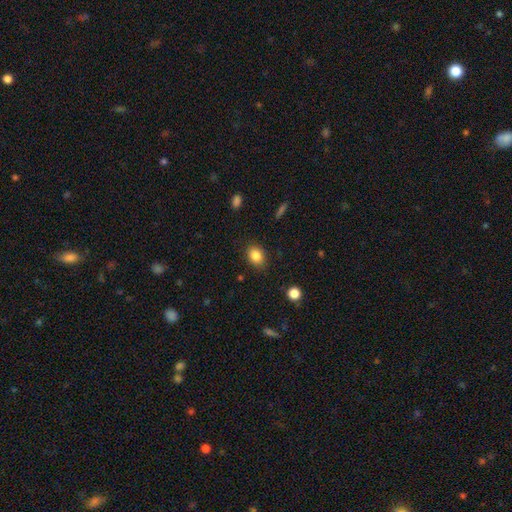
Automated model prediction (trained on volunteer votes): smooth 85%, star or artifact 9%, featured or disk 6%. Down the decision tree: how rounded — in between (63%); merging — none (85%).